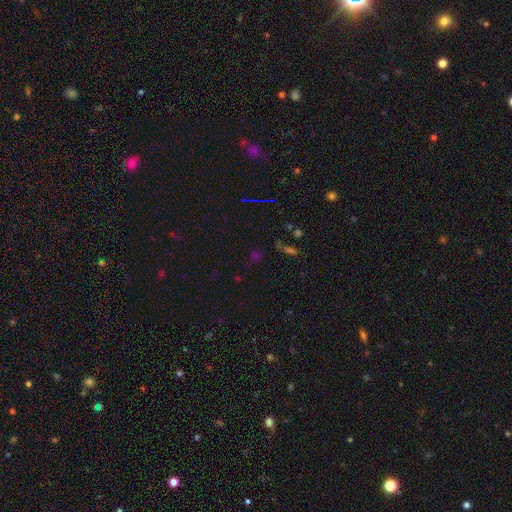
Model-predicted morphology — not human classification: smooth_or_featured: star or artifact (p=0.57) [alt: smooth p=0.33]